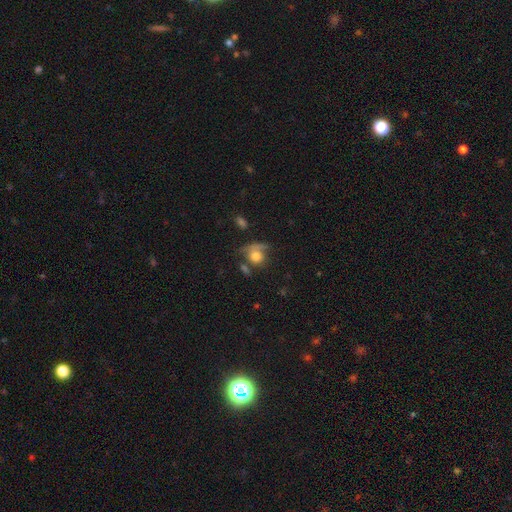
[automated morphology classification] Q: Smooth or featured?
A: smooth (69%); runner-up: featured or disk (20%)
Q: How rounded?
A: round (76%); runner-up: in between (23%)
Q: Merging?
A: none (42%); runner-up: major disturbance (22%)